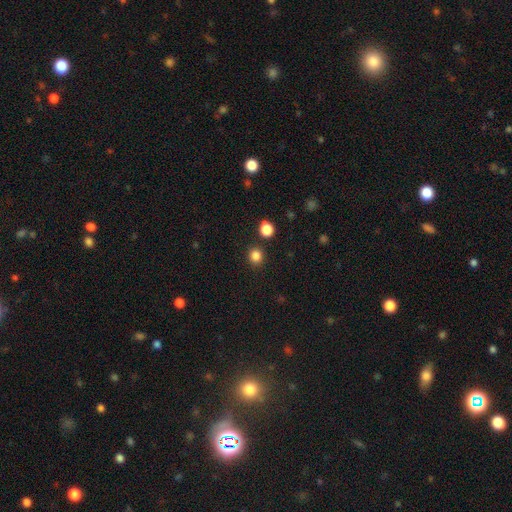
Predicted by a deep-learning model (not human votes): Smooth or featured: smooth — 84% (star or artifact — 13%)
How rounded: round — 88% (in between — 11%)
Merging: none — 88% (minor disturbance — 6%)